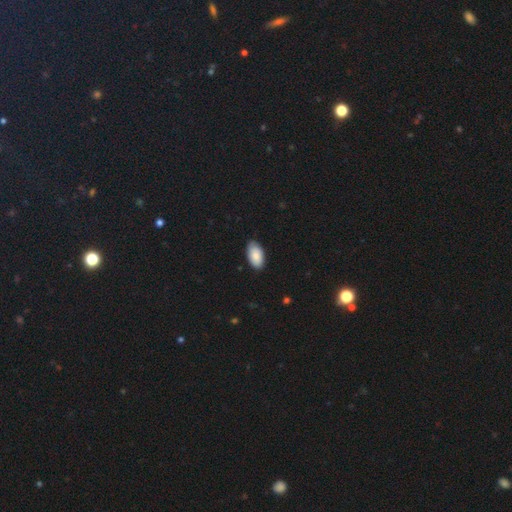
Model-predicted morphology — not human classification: This is clearly a smooth galaxy (86%). How rounded: clearly in between (96%). Merging: clearly none (83%).